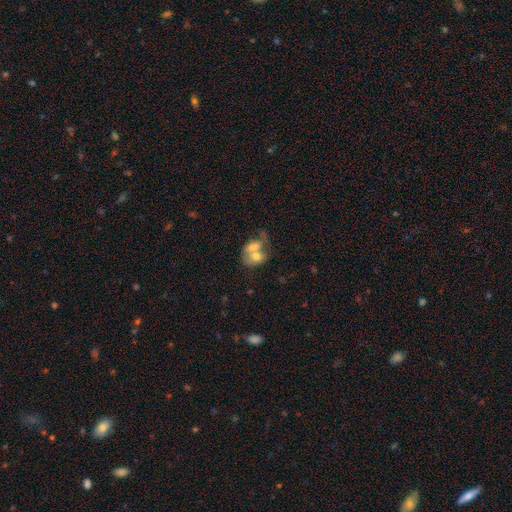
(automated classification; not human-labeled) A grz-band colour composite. It shows a smooth galaxy with no disk features (56%) that is in between round and cigar-shaped (66%). Merging: merger (73%).